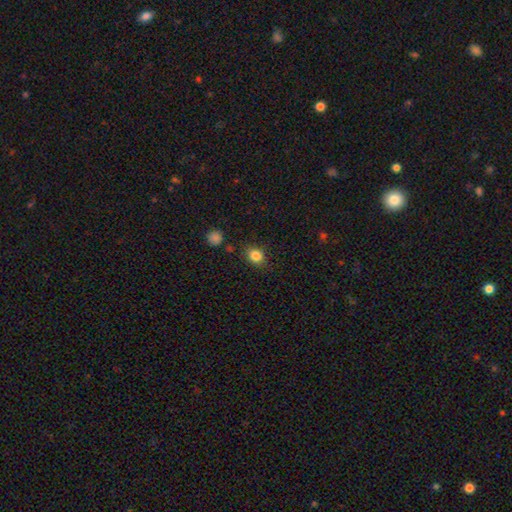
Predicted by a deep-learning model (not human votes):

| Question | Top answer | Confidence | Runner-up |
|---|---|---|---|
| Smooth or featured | smooth | 84% | star or artifact (11%) |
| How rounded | round | 58% | in between (41%) |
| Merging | none | 82% | minor disturbance (12%) |